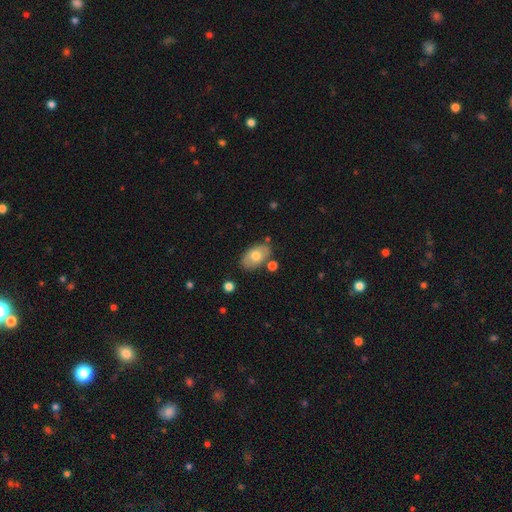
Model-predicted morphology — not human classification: smooth_or_featured: smooth (p=0.66) [alt: featured or disk p=0.27]
how_rounded: in between (p=0.92) [alt: round p=0.06]
merging: none (p=0.76) [alt: minor disturbance p=0.14]